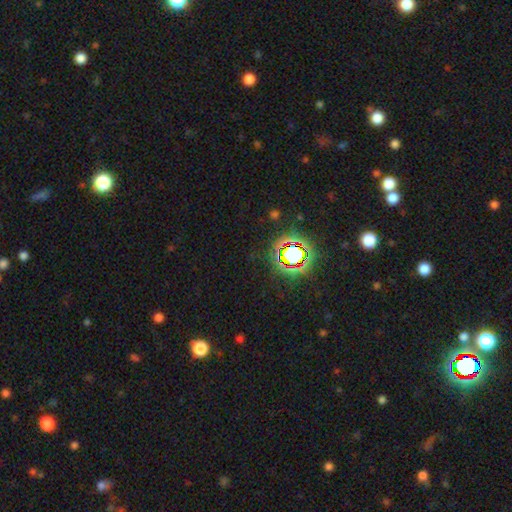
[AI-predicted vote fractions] This appears to be a star or artifact, not a galaxy (77%).